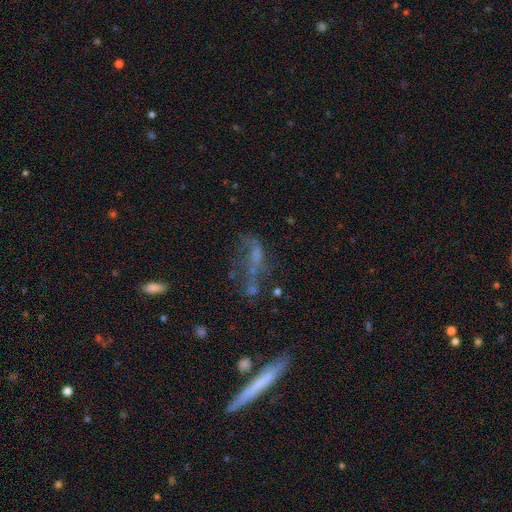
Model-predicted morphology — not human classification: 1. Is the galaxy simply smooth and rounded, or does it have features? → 46% featured or disk, 32% smooth, 22% star or artifact.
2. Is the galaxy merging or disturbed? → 37% major disturbance, 32% none, 16% minor disturbance, 15% merger.